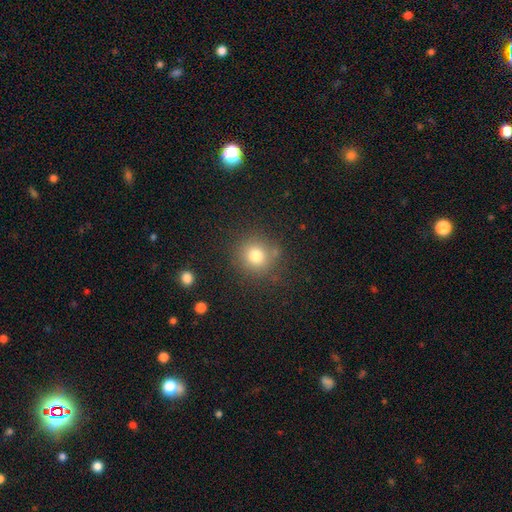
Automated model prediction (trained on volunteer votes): Smooth or featured: smooth — 77% (star or artifact — 14%)
How rounded: round — 89% (in between — 10%)
Merging: none — 82% (minor disturbance — 10%)